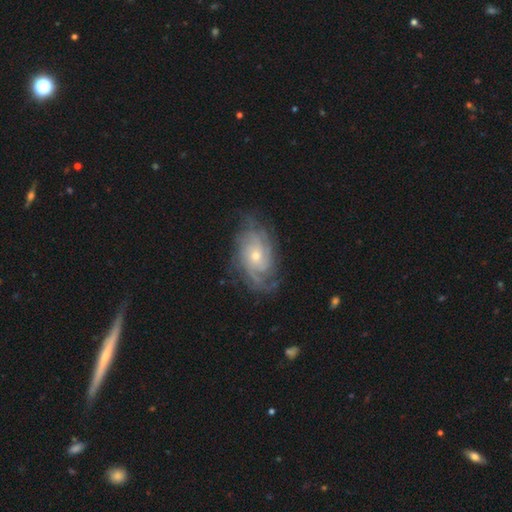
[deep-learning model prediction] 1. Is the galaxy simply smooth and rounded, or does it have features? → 85% featured or disk, 9% smooth, 6% star or artifact.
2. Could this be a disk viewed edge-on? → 96% no, 4% yes.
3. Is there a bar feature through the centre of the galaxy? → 76% no, 20% weak, 4% strong.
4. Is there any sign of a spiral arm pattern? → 96% yes, 4% no.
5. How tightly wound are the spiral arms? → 67% tight, 26% medium, 7% loose.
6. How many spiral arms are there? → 35% can't tell, 18% 4, 17% 3, 15% 2, 9% more than 4, 6% 1.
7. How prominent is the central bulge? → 51% small, 45% moderate, 2% large, 1% none, 1% dominant.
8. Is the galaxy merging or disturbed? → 75% none, 17% minor disturbance, 7% major disturbance, 1% merger.